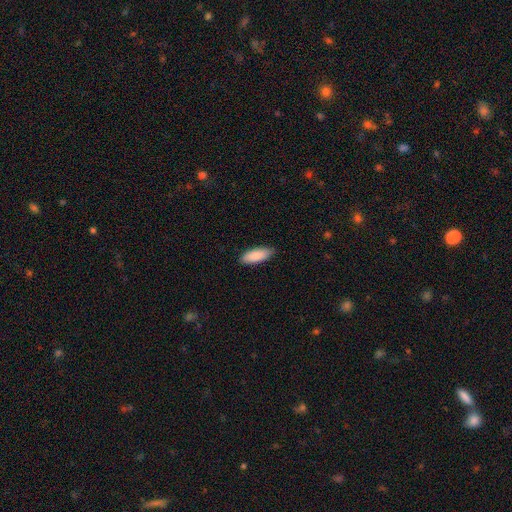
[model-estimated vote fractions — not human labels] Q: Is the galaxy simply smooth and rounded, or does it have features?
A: smooth — 89%.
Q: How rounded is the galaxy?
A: in between — 73%.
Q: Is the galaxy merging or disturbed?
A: none — 88%.